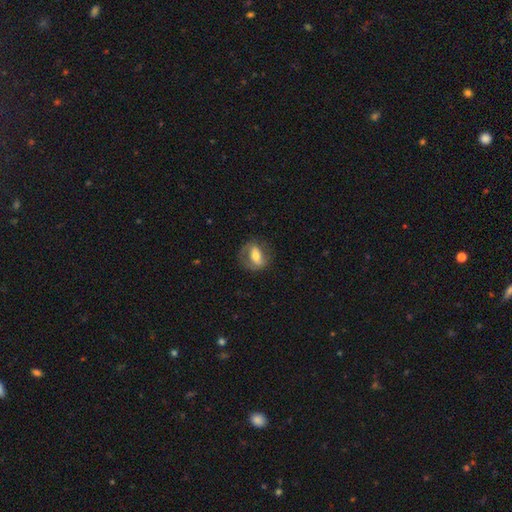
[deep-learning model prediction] Smooth or featured: featured or disk — 51% (smooth — 42%)
Edge-on disk: no — 88% (yes — 12%)
Merging: none — 68% (minor disturbance — 19%)